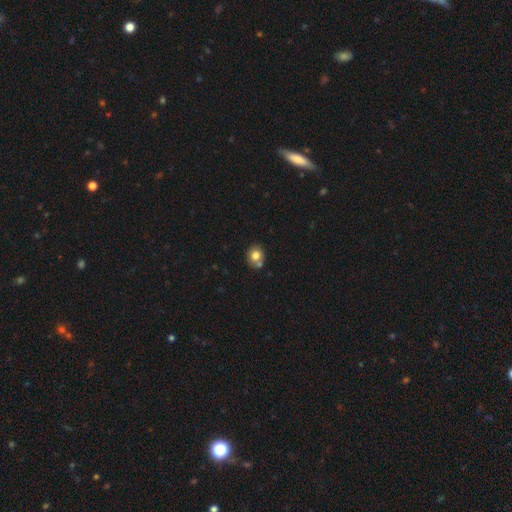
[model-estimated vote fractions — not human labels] This is likely a smooth galaxy (78%). How rounded: likely round (74%). Merging: likely none (62%).